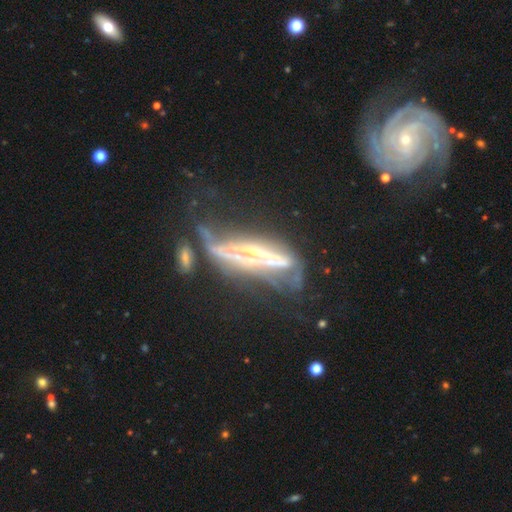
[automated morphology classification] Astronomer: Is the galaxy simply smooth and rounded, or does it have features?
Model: featured or disk — 74%.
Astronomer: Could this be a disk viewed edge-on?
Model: yes — 54% (runner-up: no, 46%).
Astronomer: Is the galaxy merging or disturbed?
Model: major disturbance — 34% (runner-up: none, 25%).